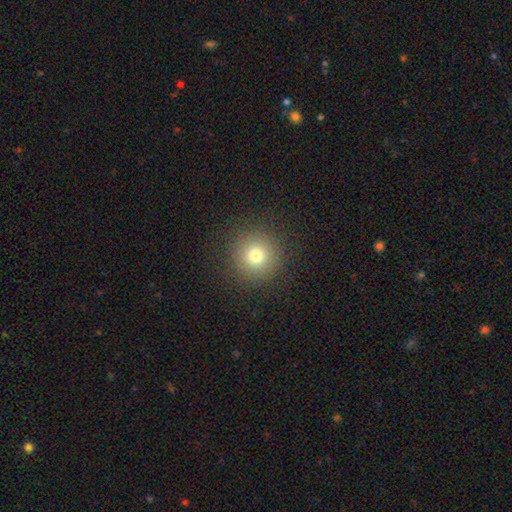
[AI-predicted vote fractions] smooth 77%, star or artifact 14%, featured or disk 9%. Down the decision tree: how rounded — round (95%); merging — none (90%).